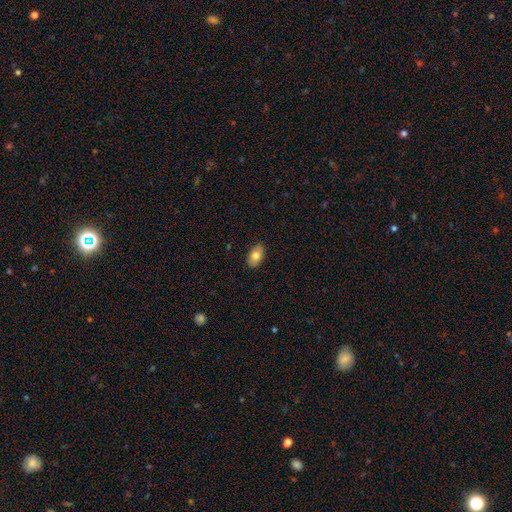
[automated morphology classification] smooth-or-featured: smooth: 78% | featured or disk: 15% | star or artifact: 7%
  how-rounded: in between: 93% | round: 6% | cigar-shaped: 2%
  merging: none: 88% | minor disturbance: 9% | major disturbance: 2% | merger: 1%